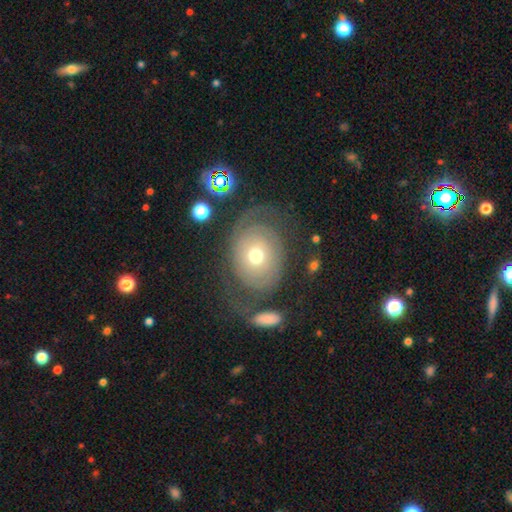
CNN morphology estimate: Smooth or featured? Predicted: featured or disk (p=0.73). Edge-on disk? Predicted: no (p=0.96). Bar? Predicted: no (p=0.81). Spiral arms? Predicted: yes (p=0.86). Spiral winding? Predicted: tight (p=0.56). Spiral arm count? Predicted: 2 (p=0.64). Bulge size? Predicted: moderate (p=0.62). Merging? Predicted: none (p=0.62).